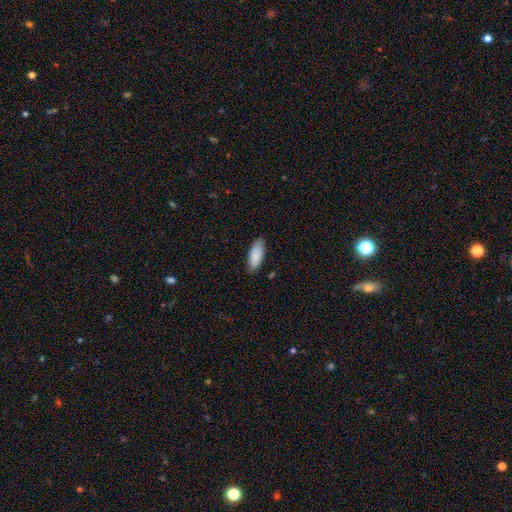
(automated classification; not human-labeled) Overall: smooth (88%). How rounded: in between (84%). Merging: none (81%).